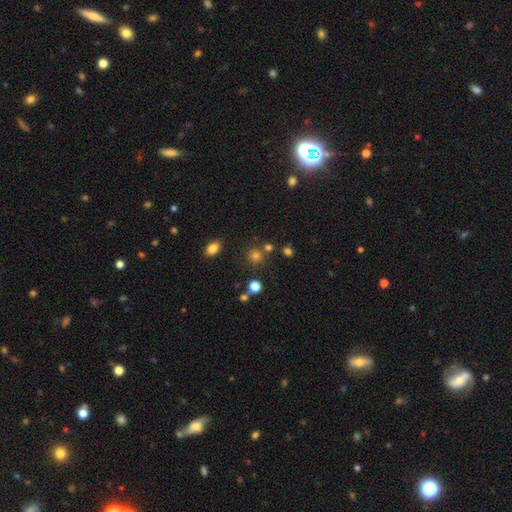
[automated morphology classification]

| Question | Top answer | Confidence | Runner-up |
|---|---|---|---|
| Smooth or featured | smooth | 72% | star or artifact (21%) |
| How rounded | round | 88% | in between (11%) |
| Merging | none | 75% | merger (12%) |